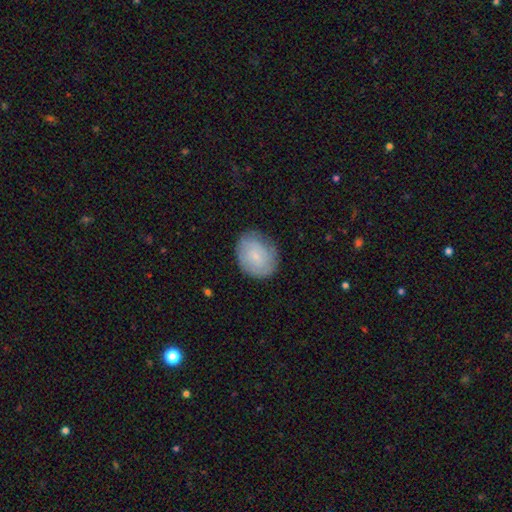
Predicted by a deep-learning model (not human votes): Smooth or featured?
  - smooth: 71% *
  - featured or disk: 23%
  - star or artifact: 7%
How rounded?
  - round: 52% *
  - in between: 47%
  - cigar-shaped: 1%
Merging?
  - none: 76% *
  - minor disturbance: 18%
  - major disturbance: 5%
  - merger: 1%